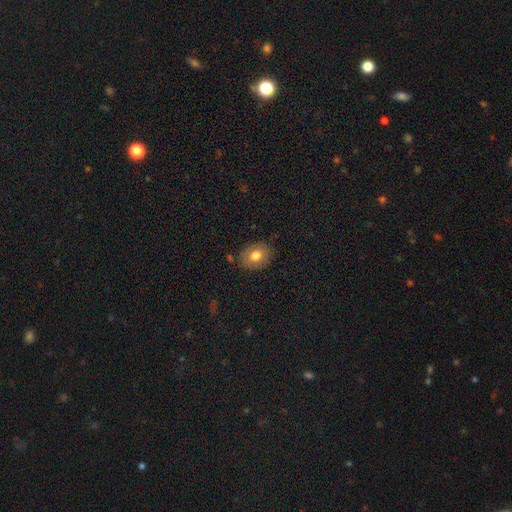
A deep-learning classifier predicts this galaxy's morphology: type=smooth (77%); roundness=in between (57%); merging=none (85%).